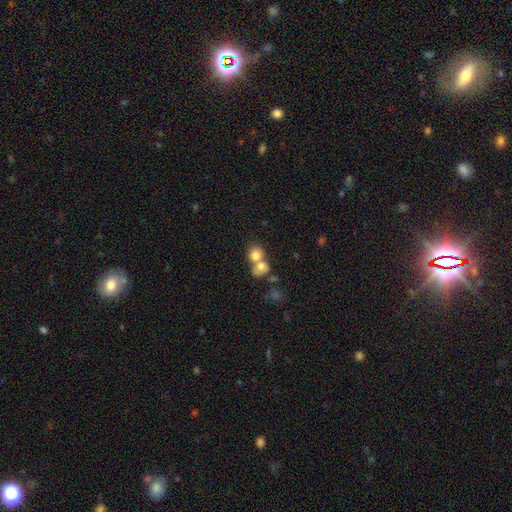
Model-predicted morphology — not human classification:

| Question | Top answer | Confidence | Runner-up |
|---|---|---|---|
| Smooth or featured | smooth | 76% | featured or disk (15%) |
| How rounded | round | 73% | in between (26%) |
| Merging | merger | 63% | none (27%) |